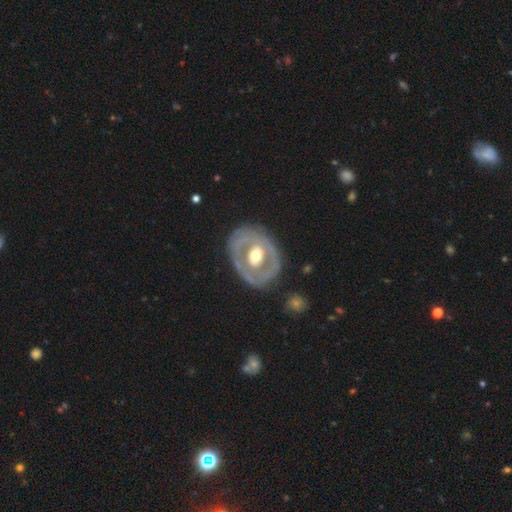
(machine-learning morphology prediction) smooth-or-featured: featured or disk: 71% | smooth: 24% | star or artifact: 4%
  disk-edge-on: no: 95% | yes: 5%
    bar: no: 58% | weak: 27% | strong: 15%
    has-spiral-arms: no: 65% | yes: 35%
    bulge-size: moderate: 69% | large: 19% | small: 10% | dominant: 1% | none: 1%
  merging: none: 71% | minor disturbance: 19% | major disturbance: 8% | merger: 3%